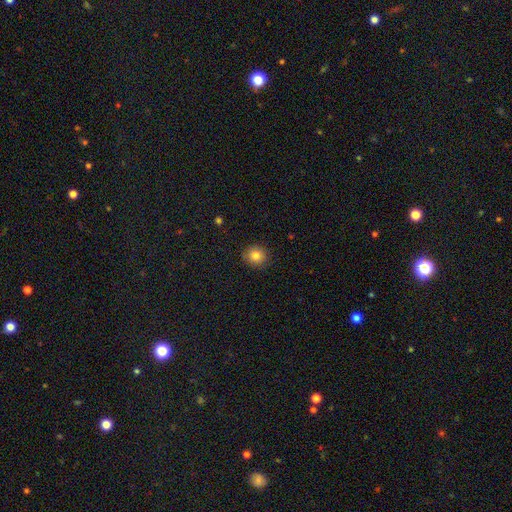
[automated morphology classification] smooth 82%, star or artifact 11%, featured or disk 7%. Down the decision tree: how rounded — round (86%); merging — none (90%).